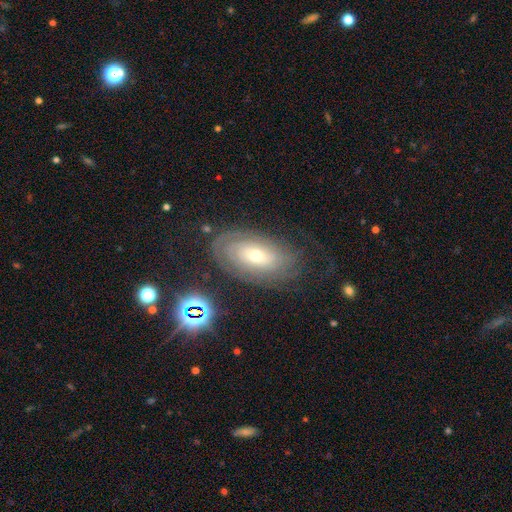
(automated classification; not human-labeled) Q: Smooth or featured?
A: featured or disk (69%); runner-up: smooth (22%)
Q: Edge-on disk?
A: no (92%); runner-up: yes (8%)
Q: Bar?
A: no (75%); runner-up: weak (19%)
Q: Spiral arms?
A: yes (82%); runner-up: no (18%)
Q: Spiral winding?
A: tight (76%); runner-up: medium (17%)
Q: Spiral arm count?
A: can't tell (59%); runner-up: 2 (19%)
Q: Bulge size?
A: small (48%); runner-up: moderate (46%)
Q: Merging?
A: none (71%); runner-up: minor disturbance (17%)